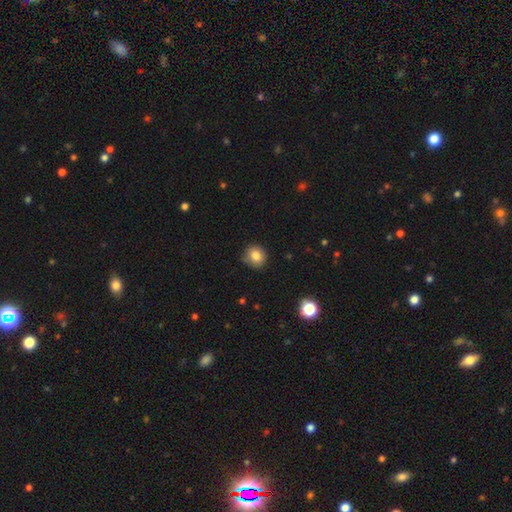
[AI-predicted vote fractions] smooth_or_featured: smooth (p=0.83) [alt: star or artifact p=0.10]
how_rounded: round (p=0.83) [alt: in between p=0.16]
merging: none (p=0.83) [alt: minor disturbance p=0.13]